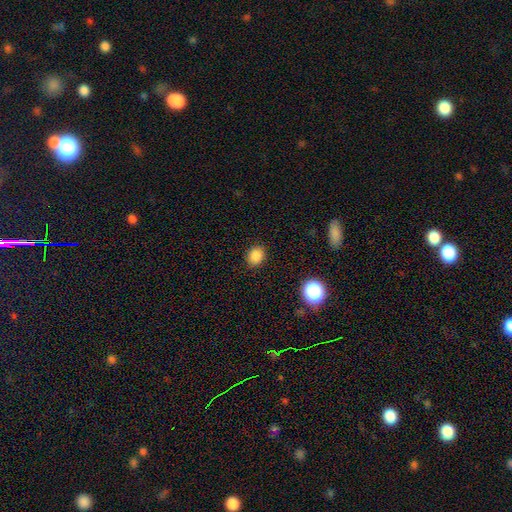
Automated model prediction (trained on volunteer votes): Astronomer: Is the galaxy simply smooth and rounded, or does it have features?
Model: smooth — 84%.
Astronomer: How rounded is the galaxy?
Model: round — 53% (runner-up: in between, 46%).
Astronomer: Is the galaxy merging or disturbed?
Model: none — 87%.